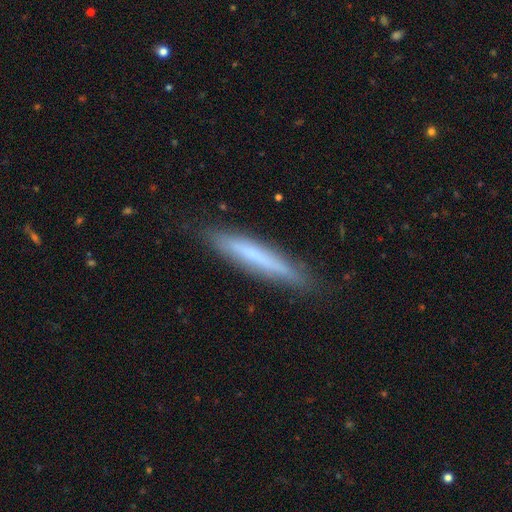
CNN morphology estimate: smooth-or-featured: smooth: 59% | featured or disk: 34% | star or artifact: 7%
  how-rounded: cigar-shaped: 93% | in between: 6% | round: 1%
  merging: none: 85% | minor disturbance: 11% | major disturbance: 2% | merger: 1%